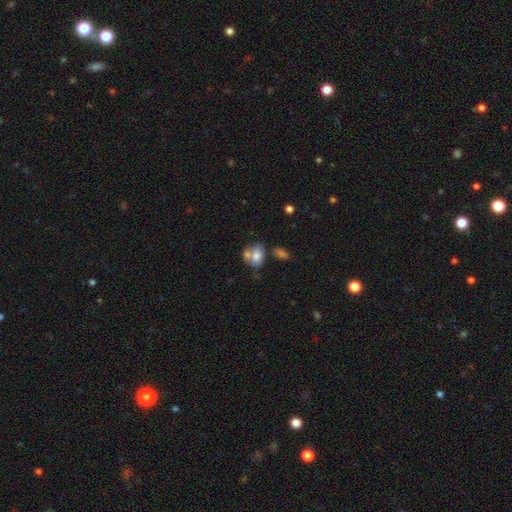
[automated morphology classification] type=smooth (74%); roundness=in between (62%); merging=merger (42%).